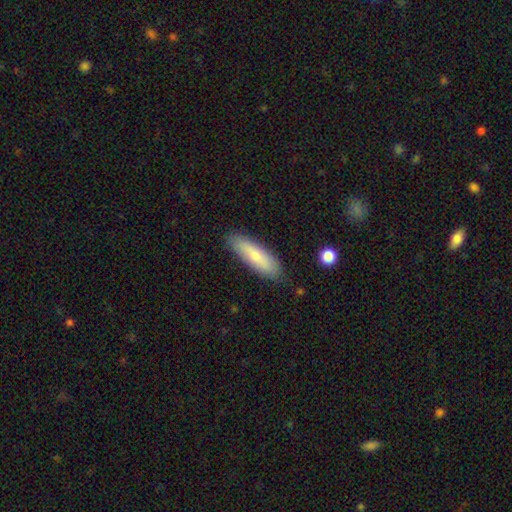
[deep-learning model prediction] The model was most divided on "how rounded": cigar-shaped: 63%, in between: 35%, round: 2%. More confident: merging — none (85%); smooth or featured — smooth (73%).